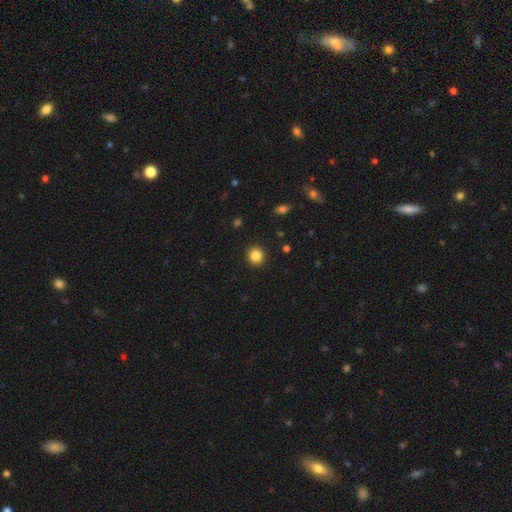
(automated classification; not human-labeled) Smooth or featured? Predicted: smooth (p=0.85). How rounded? Predicted: round (p=0.87). Merging? Predicted: none (p=0.92).